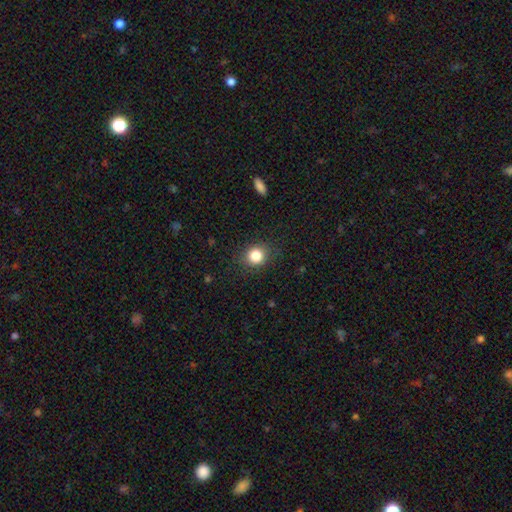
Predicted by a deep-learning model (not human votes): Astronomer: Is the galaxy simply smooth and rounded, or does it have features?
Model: smooth — 84%.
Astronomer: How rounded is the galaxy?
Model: round — 79%.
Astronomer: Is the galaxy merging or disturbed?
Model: none — 86%.